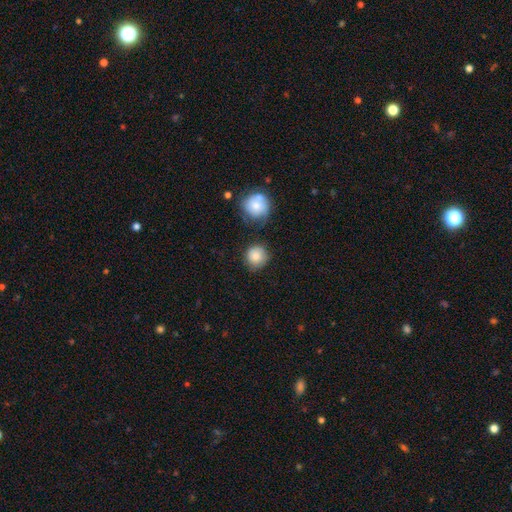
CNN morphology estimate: Overall: smooth (84%). How rounded: round (92%). Merging: none (76%).